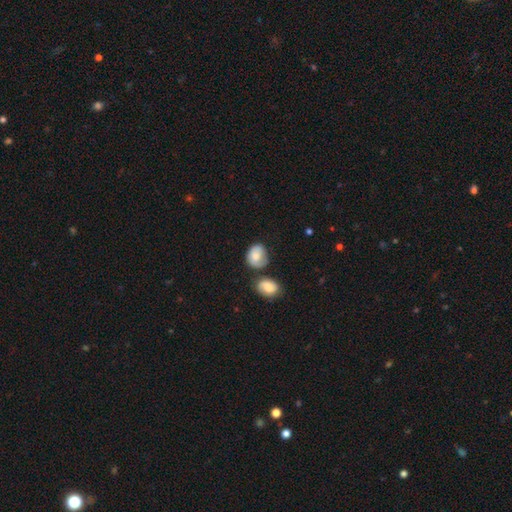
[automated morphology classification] Q: Smooth or featured?
A: smooth (71%); runner-up: featured or disk (22%)
Q: How rounded?
A: round (50%); runner-up: in between (49%)
Q: Merging?
A: none (44%); runner-up: minor disturbance (29%)